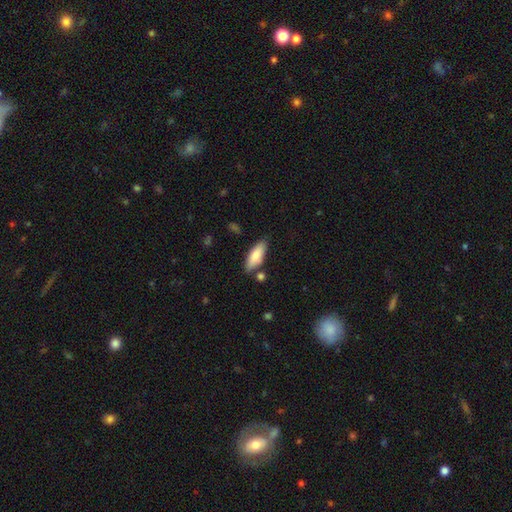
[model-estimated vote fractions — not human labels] smooth 79%, featured or disk 15%, star or artifact 6%. Down the decision tree: how rounded — in between (70%); merging — none (75%).